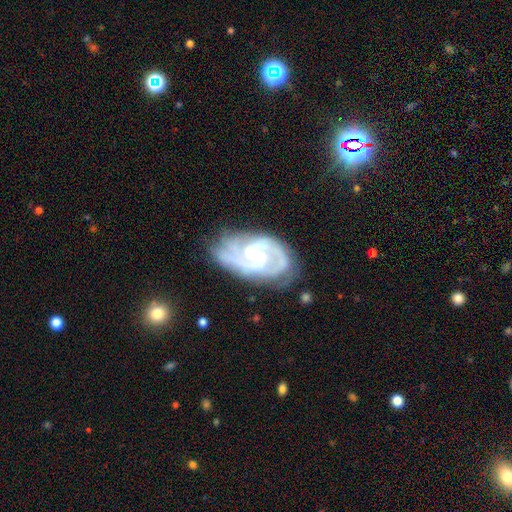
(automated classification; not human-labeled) This appears to be a featured or disk galaxy (89%) with no bar (54%), 2 (42%) tight (59%) spiral arms (97%) and a small central bulge (58%). Merging: none (69%).